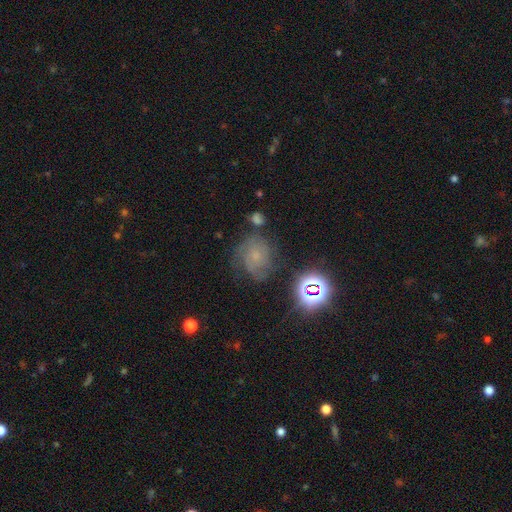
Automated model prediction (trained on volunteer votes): smooth-or-featured: featured or disk: 50% | smooth: 26% | star or artifact: 24%
  disk-edge-on: no: 97% | yes: 3%
  merging: none: 59% | minor disturbance: 22% | major disturbance: 13% | merger: 5%